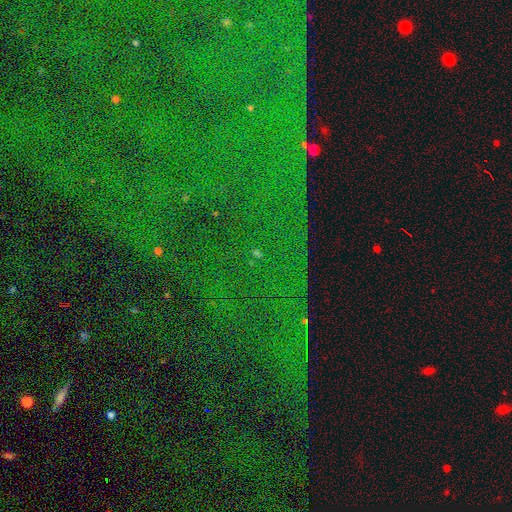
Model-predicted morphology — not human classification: Smooth or featured: star or artifact — 85% (featured or disk — 8%)